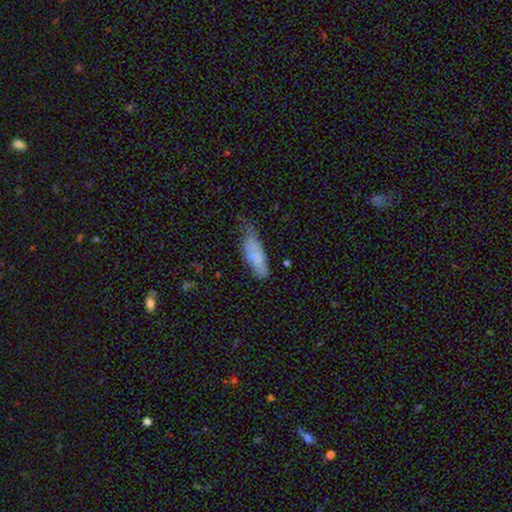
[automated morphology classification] Smooth or featured? Predicted: smooth (p=0.74). How rounded? Predicted: cigar-shaped (p=0.52). Merging? Predicted: none (p=0.43).